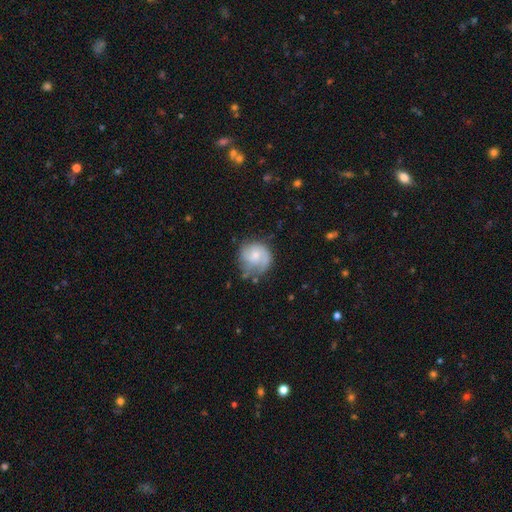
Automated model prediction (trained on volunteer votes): smooth_or_featured: featured or disk (p=0.58) [alt: smooth p=0.35]
disk_edge_on: no (p=0.98) [alt: yes p=0.02]
bar: no (p=0.66) [alt: weak p=0.30]
has_spiral_arms: yes (p=0.84) [alt: no p=0.16]
bulge_size: small (p=0.47) [alt: moderate p=0.40]
merging: none (p=0.57) [alt: minor disturbance p=0.26]